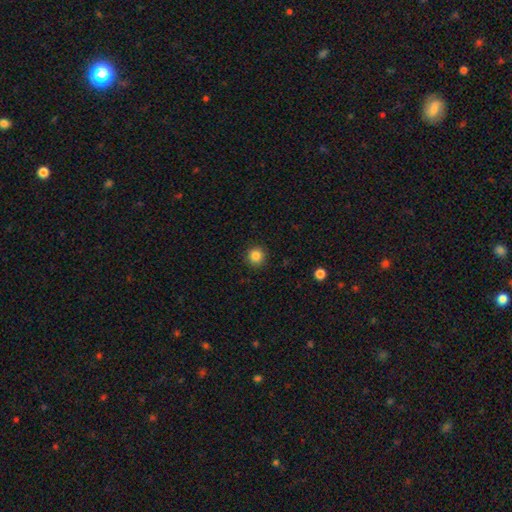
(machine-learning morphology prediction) Smooth or featured: smooth — 85% (star or artifact — 11%)
How rounded: round — 95% (in between — 4%)
Merging: none — 91% (minor disturbance — 6%)